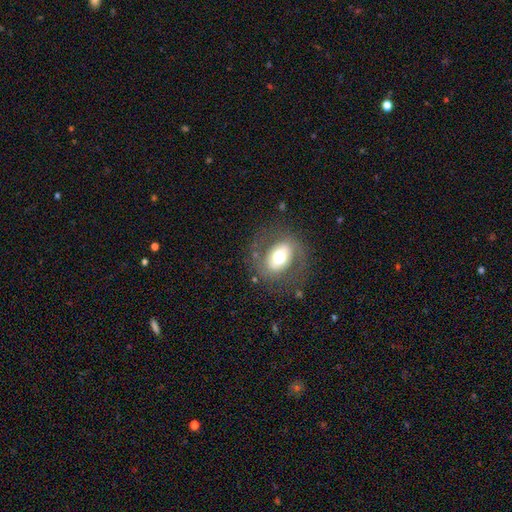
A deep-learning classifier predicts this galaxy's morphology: This is likely a featured or disk galaxy (62%). It is clearly not viewed edge-on (92%). Bar: marginally weak (35%). Spiral arm pattern: likely yes (68%). Central bulge: possibly moderate (59%). Merging: clearly none (80%).